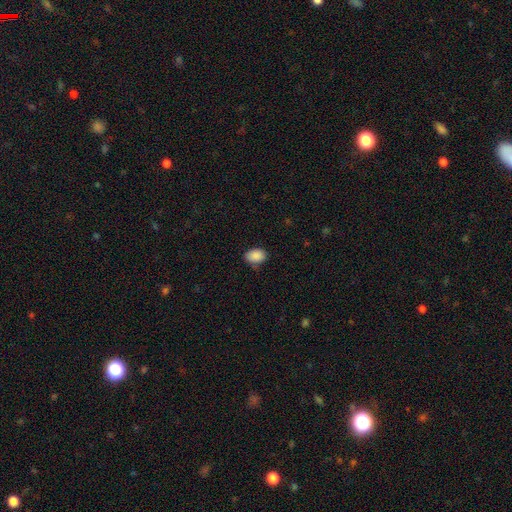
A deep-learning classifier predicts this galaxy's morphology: Smooth or featured?
  - smooth: 89% *
  - star or artifact: 8%
  - featured or disk: 3%
How rounded?
  - in between: 82% *
  - round: 17%
  - cigar-shaped: 1%
Merging?
  - none: 74% *
  - minor disturbance: 21%
  - major disturbance: 4%
  - merger: 2%